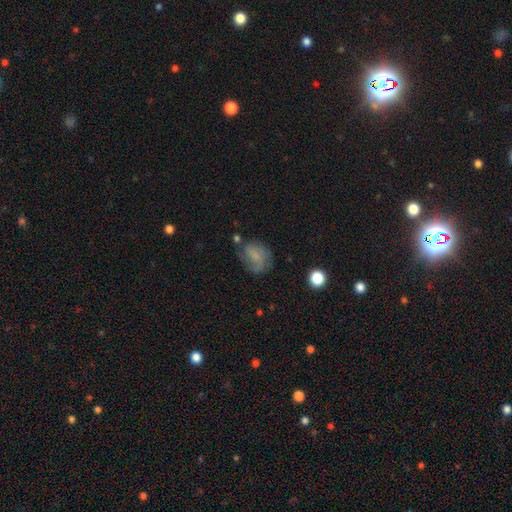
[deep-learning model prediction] smooth-or-featured: smooth: 56% | featured or disk: 33% | star or artifact: 11%
  how-rounded: in between: 56% | round: 42% | cigar-shaped: 2%
  merging: none: 51% | minor disturbance: 28% | major disturbance: 17% | merger: 5%